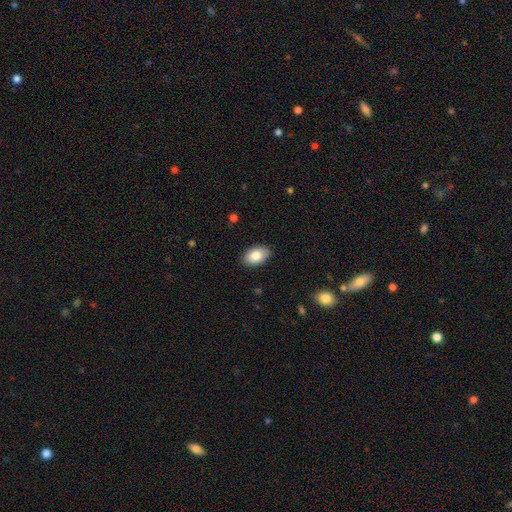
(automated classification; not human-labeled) A smooth galaxy with no disk features (84%) that is in between round and cigar-shaped (93%).

Vote fractions:
- Smooth or featured? smooth: 84% / featured or disk: 10% / star or artifact: 6%
- How rounded? in between: 93% / round: 6% / cigar-shaped: 1%
- Merging? none: 88% / minor disturbance: 9% / major disturbance: 2% / merger: 1%